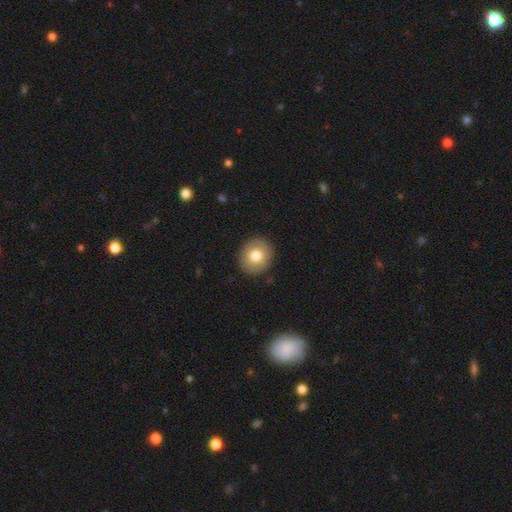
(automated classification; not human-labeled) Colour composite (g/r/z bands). It shows a smooth galaxy with no disk features (77%) that is round (80%). Merging: none (90%).